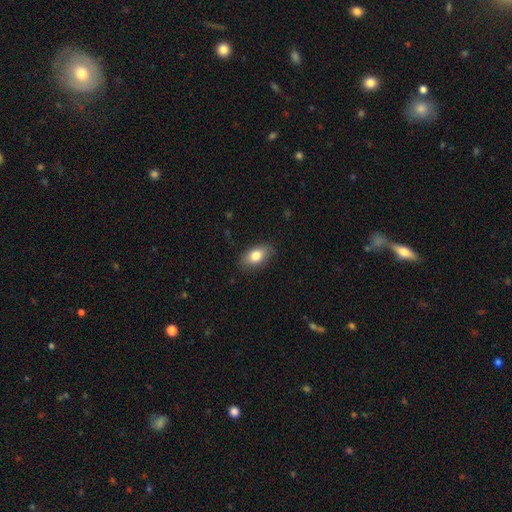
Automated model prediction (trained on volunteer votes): Morphology: type=smooth (79%); roundness=in between (88%); merging=none (81%).